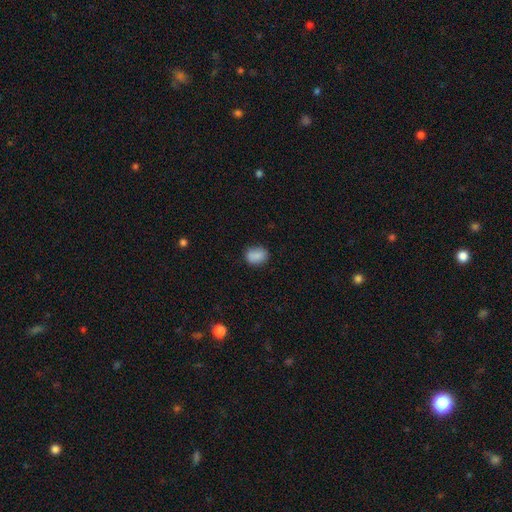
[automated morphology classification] smooth 85%, star or artifact 9%, featured or disk 5%. Down the decision tree: how rounded — in between (63%); merging — none (77%).